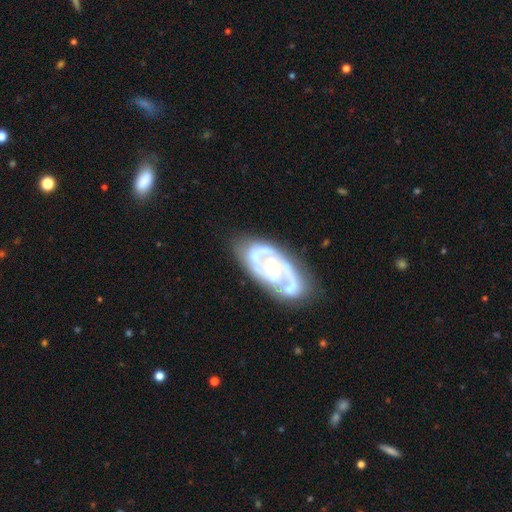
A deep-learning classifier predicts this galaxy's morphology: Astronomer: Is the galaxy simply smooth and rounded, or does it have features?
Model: featured or disk — 86%.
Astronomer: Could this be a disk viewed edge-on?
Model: no — 96%.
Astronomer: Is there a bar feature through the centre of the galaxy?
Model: no — 55% (runner-up: weak, 32%).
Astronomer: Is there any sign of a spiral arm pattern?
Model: yes — 94%.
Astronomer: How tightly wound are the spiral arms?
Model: medium — 46% (runner-up: tight, 43%).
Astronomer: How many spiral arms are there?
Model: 2 — 70%.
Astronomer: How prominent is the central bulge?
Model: small — 57%.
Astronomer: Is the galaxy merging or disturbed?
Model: none — 65%.